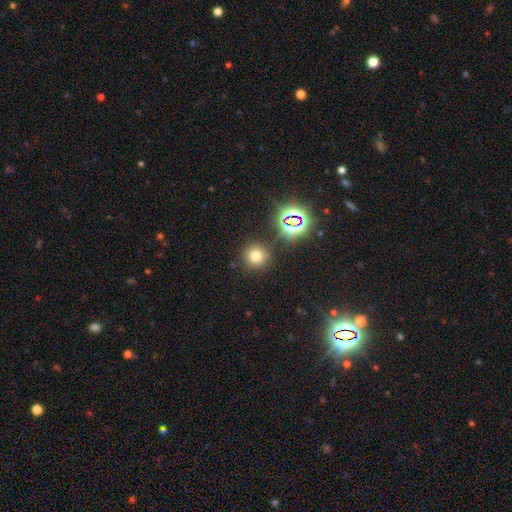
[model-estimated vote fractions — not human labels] This is likely a smooth galaxy (69%). How rounded: clearly round (93%). Merging: clearly none (86%).